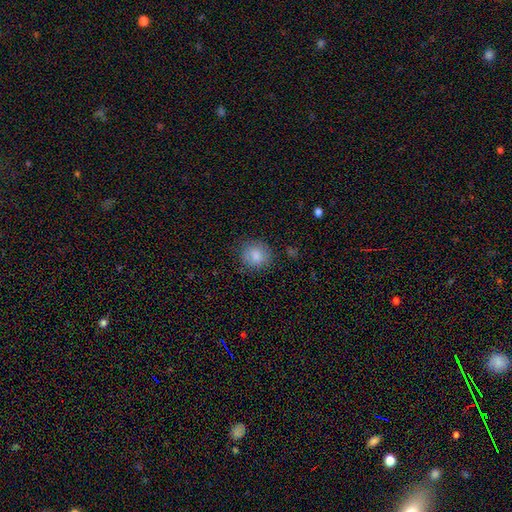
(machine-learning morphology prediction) smooth 83%, star or artifact 9%, featured or disk 8%. Down the decision tree: how rounded — round (85%); merging — none (83%).